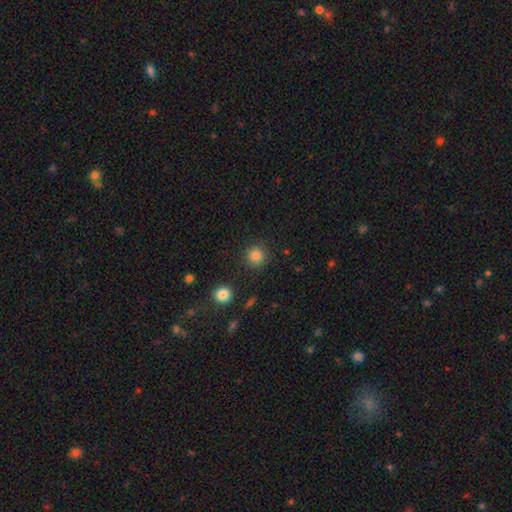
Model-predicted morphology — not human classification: A smooth galaxy with no disk features (83%) that is round (94%).

Vote fractions:
- Smooth or featured? smooth: 83% / star or artifact: 11% / featured or disk: 5%
- How rounded? round: 94% / in between: 5% / cigar-shaped: 1%
- Merging? none: 90% / minor disturbance: 6% / major disturbance: 2% / merger: 2%